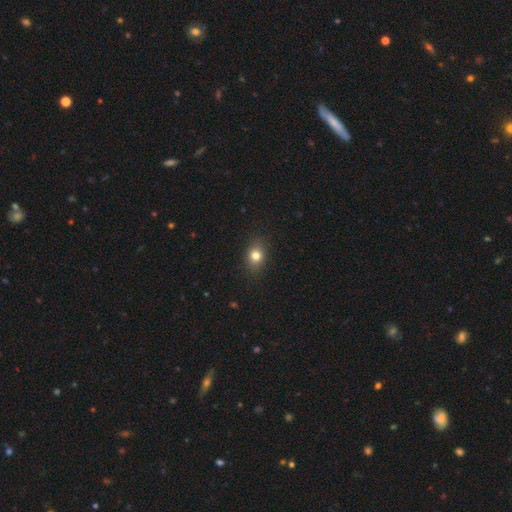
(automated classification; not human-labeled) The model was most divided on "how rounded": in between: 51%, round: 47%, cigar-shaped: 2%. More confident: merging — none (87%); smooth or featured — smooth (80%).